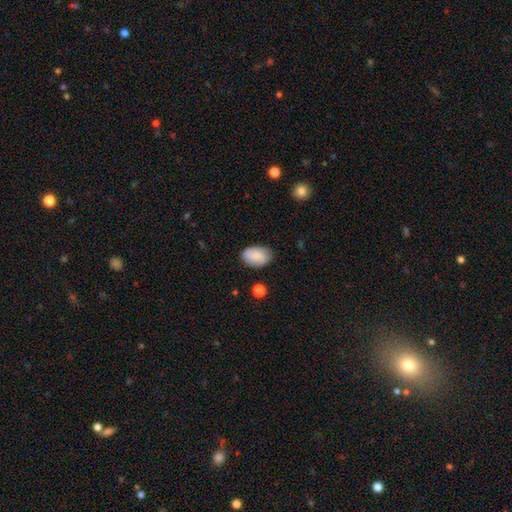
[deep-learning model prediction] Smooth or featured: smooth — 81% (featured or disk — 12%)
How rounded: in between — 89% (round — 10%)
Merging: none — 79% (minor disturbance — 17%)